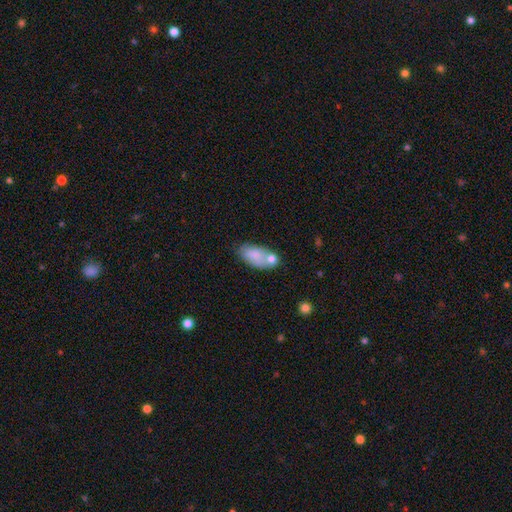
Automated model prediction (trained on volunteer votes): This appears to be a smooth galaxy with no disk features (77%) that is in between round and cigar-shaped (91%). Merging: none (48%).